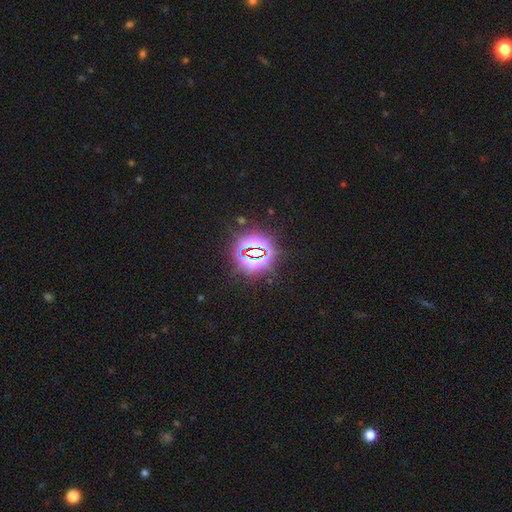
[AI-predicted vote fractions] This appears to be a star or artifact, not a galaxy (81%).